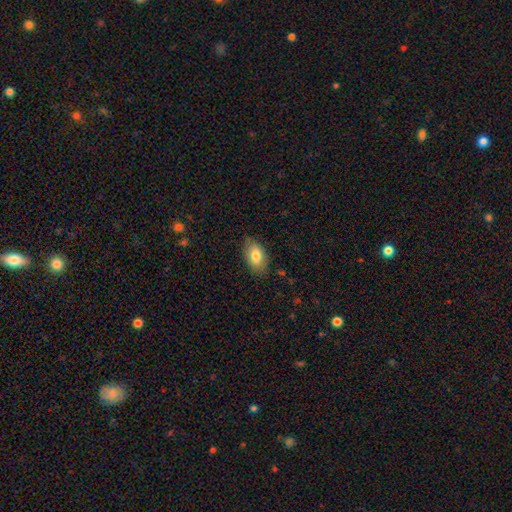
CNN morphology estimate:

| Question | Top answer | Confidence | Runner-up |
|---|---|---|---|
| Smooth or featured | smooth | 80% | featured or disk (13%) |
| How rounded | in between | 92% | round (6%) |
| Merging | none | 82% | minor disturbance (14%) |